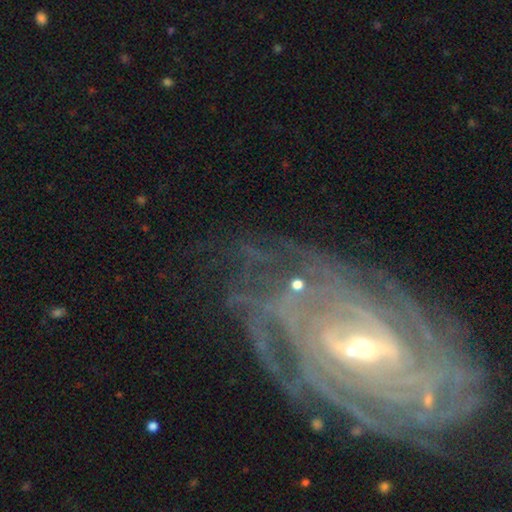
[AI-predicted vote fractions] This appears to be a featured or disk galaxy (84%) with a weak bar (34%, tied with no), tight (71%) spiral arms (92%) and a small central bulge (66%). Merging: none (62%).